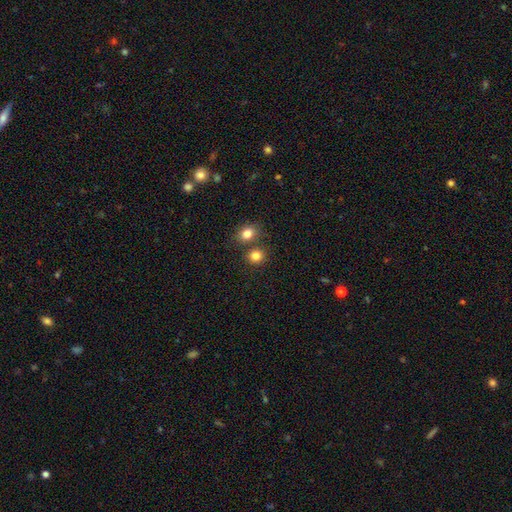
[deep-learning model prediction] Smooth or featured? smooth (83%)
How rounded? round (75%)
Merging? none (66%)